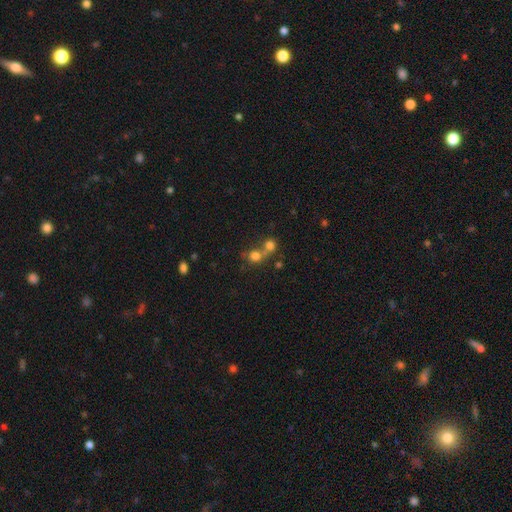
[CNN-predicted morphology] Q: Smooth or featured?
A: smooth (73%); runner-up: star or artifact (15%)
Q: How rounded?
A: round (81%); runner-up: in between (17%)
Q: Merging?
A: merger (50%); runner-up: none (40%)